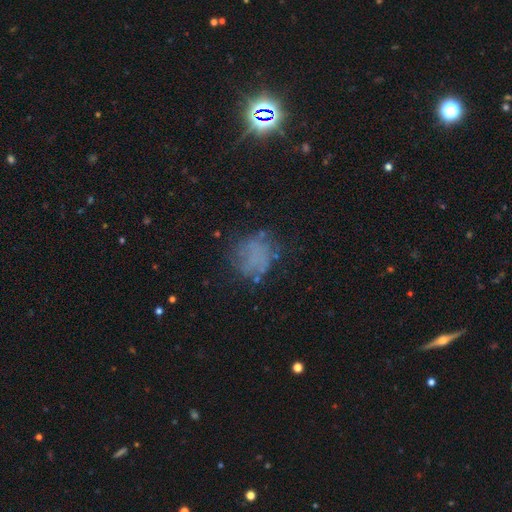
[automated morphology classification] Smooth or featured? smooth (44%)
Merging? none (58%)